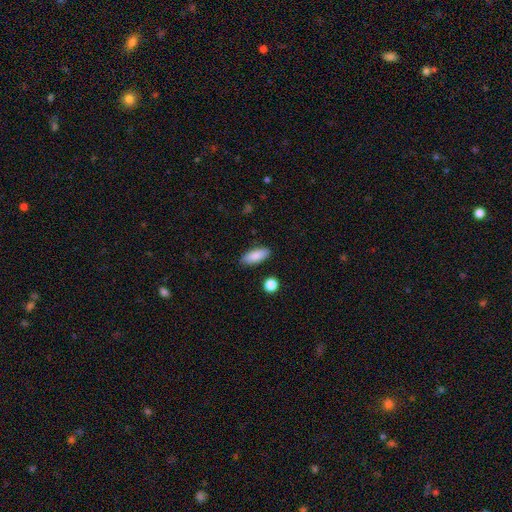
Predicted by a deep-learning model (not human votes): Smooth or featured? Predicted: smooth (p=0.86). How rounded? Predicted: in between (p=0.78). Merging? Predicted: none (p=0.87).